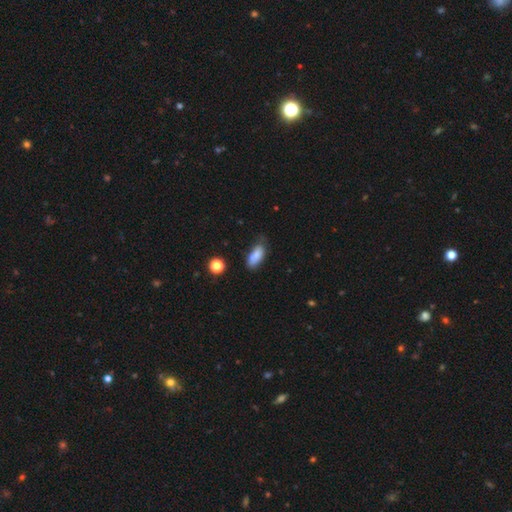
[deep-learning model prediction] Smooth or featured?
  - smooth: 80% *
  - featured or disk: 11%
  - star or artifact: 9%
How rounded?
  - in between: 84% *
  - cigar-shaped: 13%
  - round: 3%
Merging?
  - none: 52% *
  - minor disturbance: 34%
  - major disturbance: 9%
  - merger: 5%